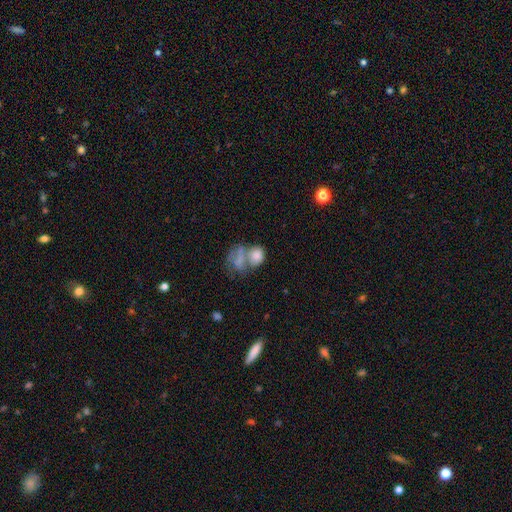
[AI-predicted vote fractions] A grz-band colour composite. It shows a smooth galaxy with no disk features (70%) that is in between round and cigar-shaped (52%). Merging: merger (58%).